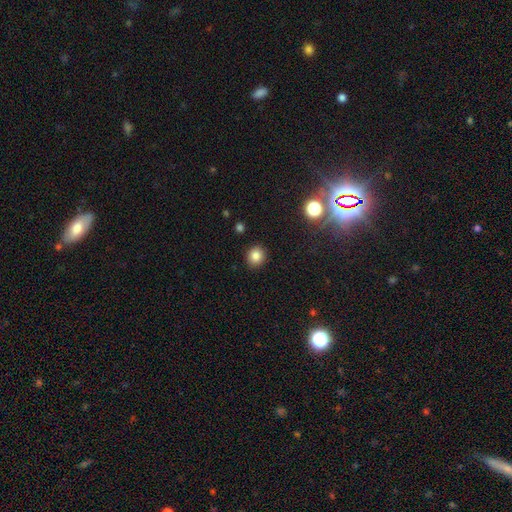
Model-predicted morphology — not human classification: Smooth or featured: smooth — 83% (star or artifact — 12%)
How rounded: round — 86% (in between — 13%)
Merging: none — 91% (minor disturbance — 6%)